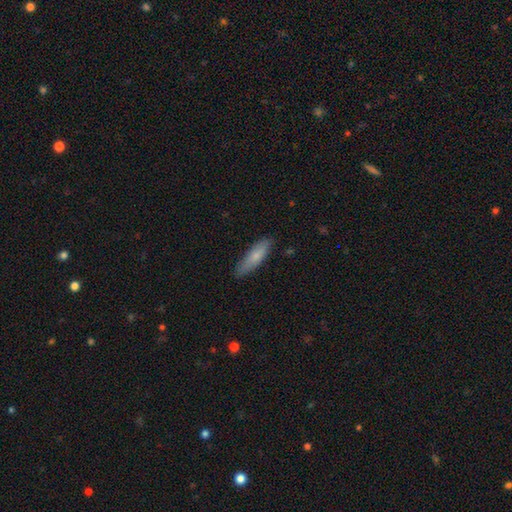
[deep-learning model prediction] A smooth galaxy with no disk features (76%) that is cigar-shaped (65%). Merging: none (82%).